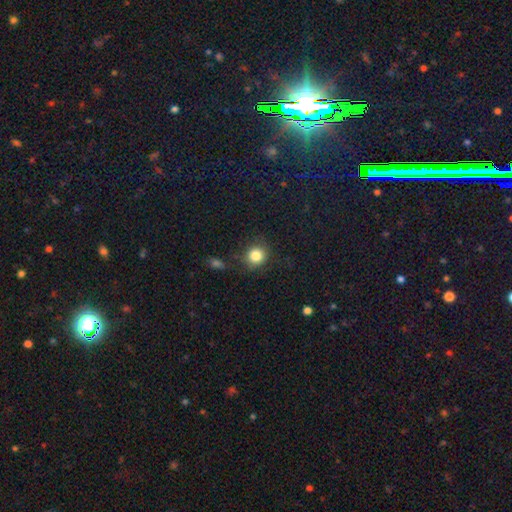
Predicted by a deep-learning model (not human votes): Morphology: type=smooth (84%); roundness=round (85%); merging=none (80%).